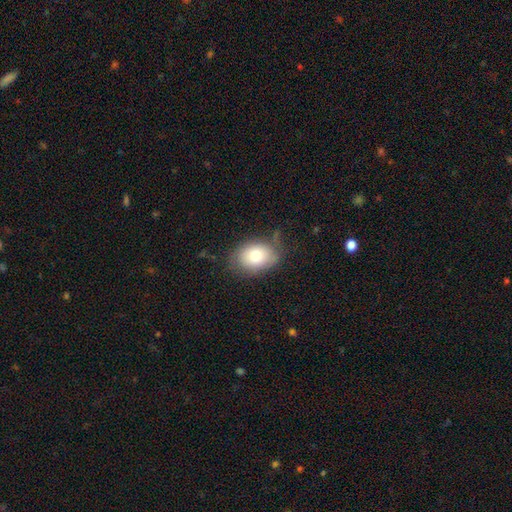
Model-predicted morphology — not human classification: Smooth or featured?
  - smooth: 78% *
  - featured or disk: 14%
  - star or artifact: 8%
How rounded?
  - in between: 77% *
  - round: 22%
  - cigar-shaped: 1%
Merging?
  - none: 66% *
  - minor disturbance: 24%
  - major disturbance: 7%
  - merger: 2%